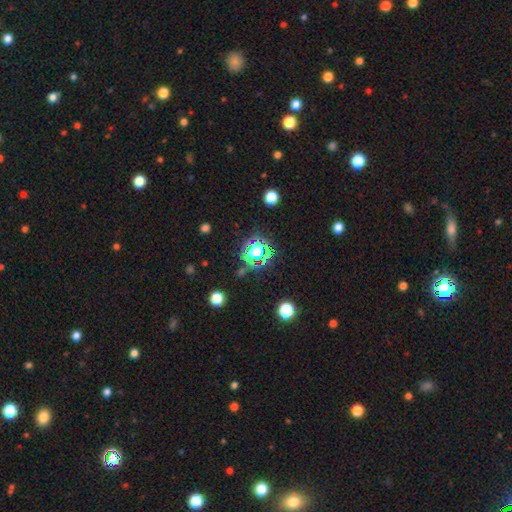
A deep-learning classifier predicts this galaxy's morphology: star or artifact 75%, smooth 17%, featured or disk 8%.